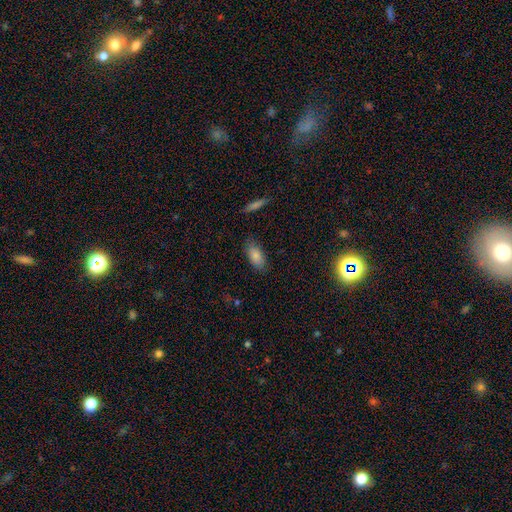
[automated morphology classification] smooth_or_featured: smooth (p=0.84) [alt: featured or disk p=0.09]
how_rounded: in between (p=0.89) [alt: cigar-shaped p=0.08]
merging: none (p=0.80) [alt: minor disturbance p=0.15]